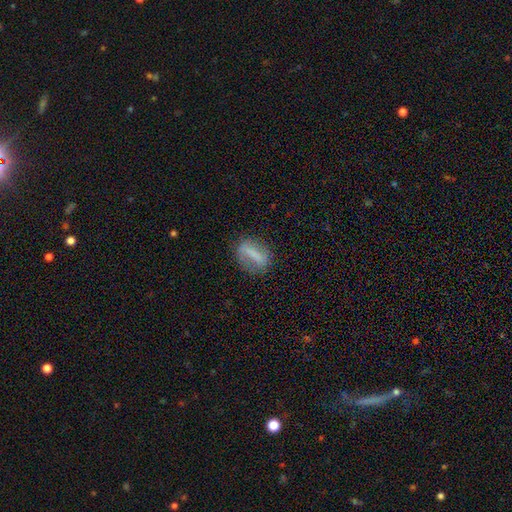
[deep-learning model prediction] A smooth galaxy with no disk features (54%) that is in between round and cigar-shaped (58%). Merging: none (73%).